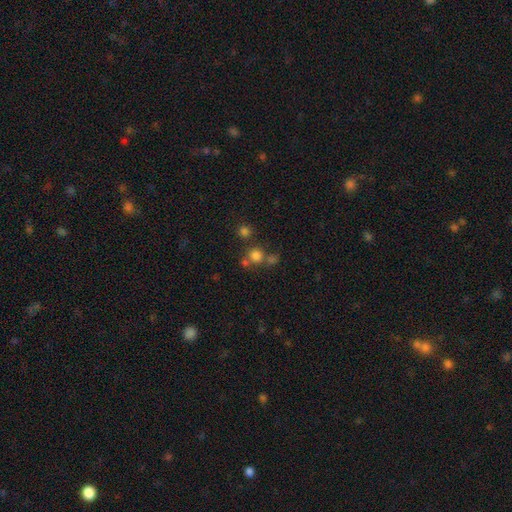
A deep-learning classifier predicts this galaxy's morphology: Q: Smooth or featured?
A: smooth (74%); runner-up: star or artifact (18%)
Q: How rounded?
A: round (90%); runner-up: in between (9%)
Q: Merging?
A: none (63%); runner-up: merger (25%)